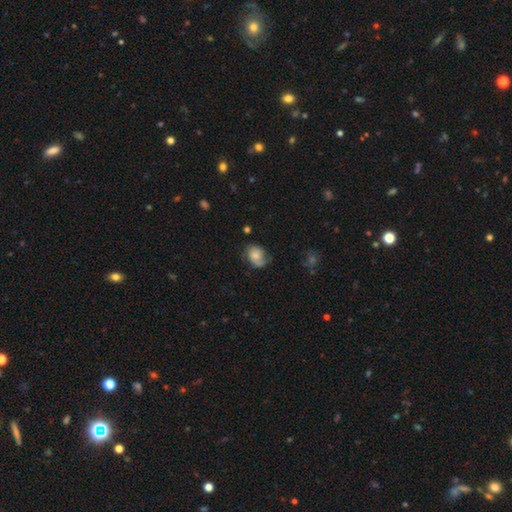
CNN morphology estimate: A smooth galaxy with no disk features (51%) that is in between round and cigar-shaped (56%).

Vote fractions:
- Smooth or featured? smooth: 51% / featured or disk: 40% / star or artifact: 9%
- How rounded? in between: 56% / round: 43% / cigar-shaped: 1%
- Merging? none: 53% / minor disturbance: 30% / major disturbance: 15% / merger: 2%